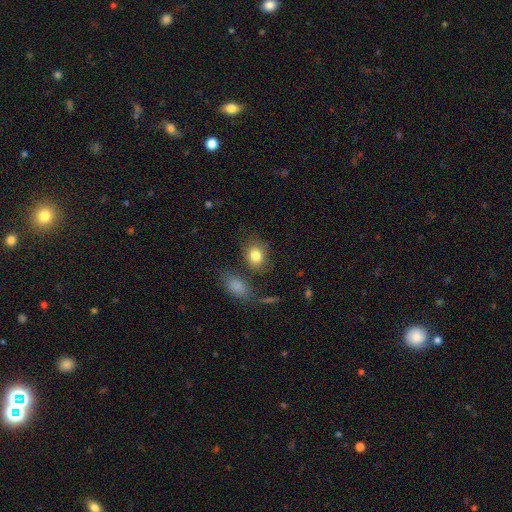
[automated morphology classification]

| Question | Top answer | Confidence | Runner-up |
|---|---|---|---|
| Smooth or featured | smooth | 83% | featured or disk (8%) |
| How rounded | in between | 53% | round (45%) |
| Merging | none | 65% | minor disturbance (17%) |